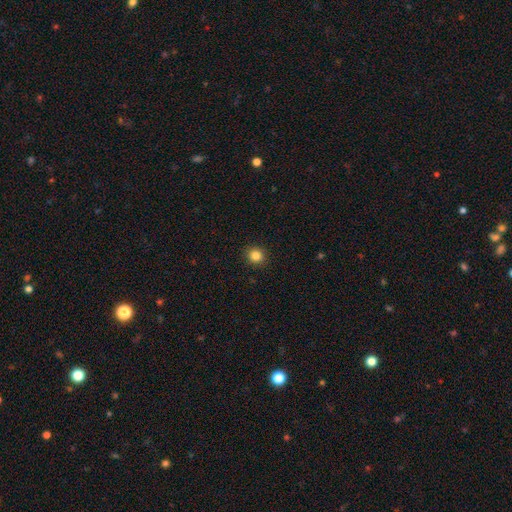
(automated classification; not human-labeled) Smooth or featured? Predicted: smooth (p=0.84). How rounded? Predicted: round (p=0.90). Merging? Predicted: none (p=0.92).